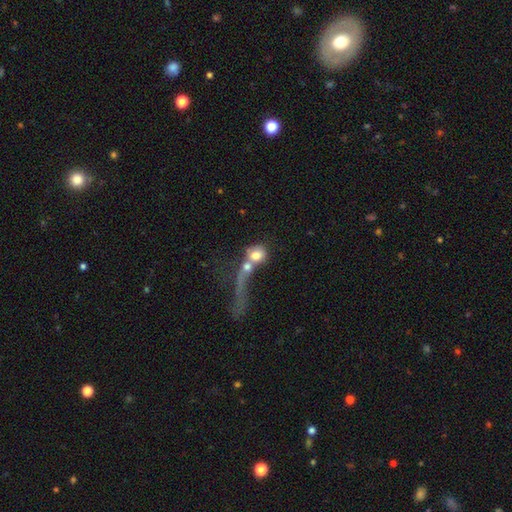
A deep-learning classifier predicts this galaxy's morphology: smooth_or_featured: smooth (p=0.66) [alt: featured or disk p=0.24]
how_rounded: round (p=0.69) [alt: in between p=0.27]
merging: merger (p=0.58) [alt: major disturbance p=0.20]